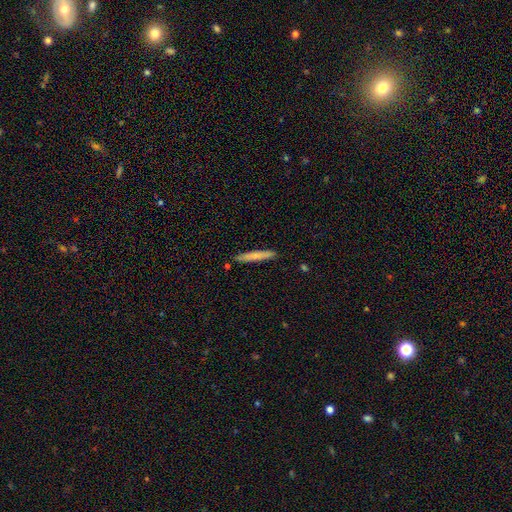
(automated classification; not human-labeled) Overall: smooth (71%). How rounded: cigar-shaped (96%). Merging: none (89%).